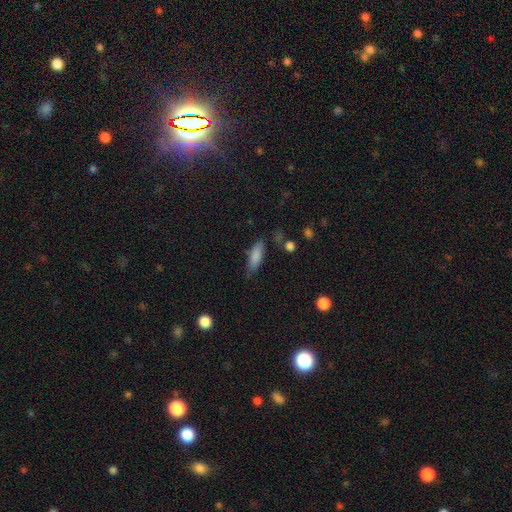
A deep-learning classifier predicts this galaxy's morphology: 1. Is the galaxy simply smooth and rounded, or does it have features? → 83% smooth, 9% featured or disk, 7% star or artifact.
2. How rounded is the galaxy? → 57% in between, 41% cigar-shaped, 2% round.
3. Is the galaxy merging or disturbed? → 75% none, 18% minor disturbance, 4% major disturbance, 3% merger.